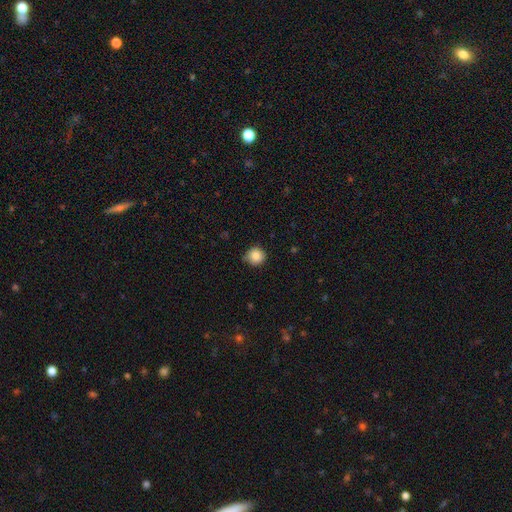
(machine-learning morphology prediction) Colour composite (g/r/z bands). It shows a smooth galaxy with no disk features (85%) that is round (92%). Merging: none (76%).